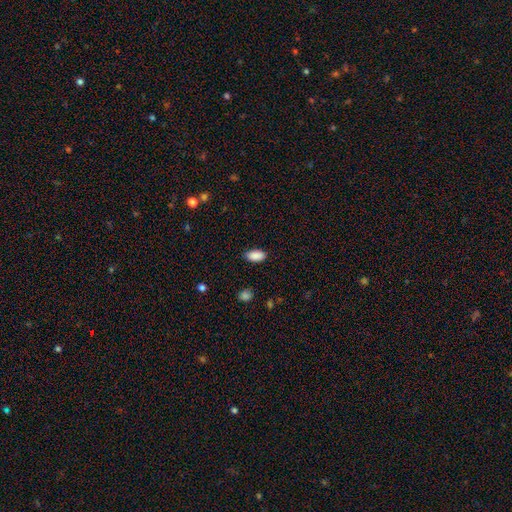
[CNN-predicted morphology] Smooth or featured? smooth (89%)
How rounded? in between (93%)
Merging? none (86%)